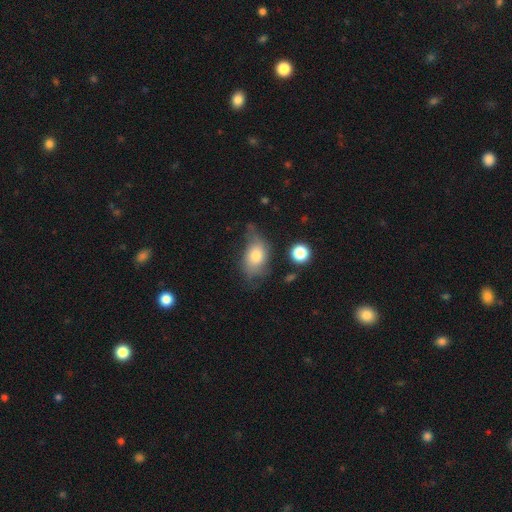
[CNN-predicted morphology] Smooth or featured: smooth — 67% (featured or disk — 24%)
How rounded: in between — 84% (round — 14%)
Merging: none — 40% (minor disturbance — 37%)